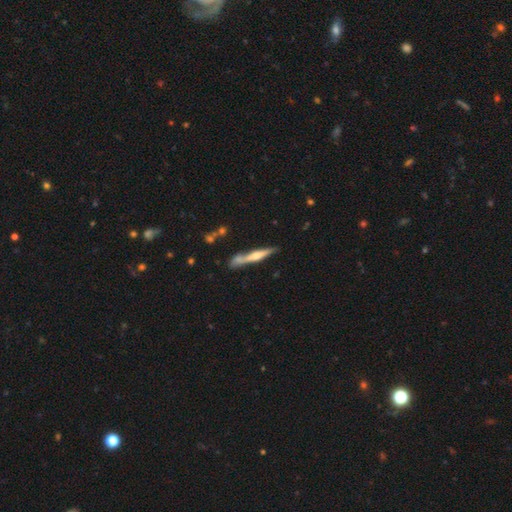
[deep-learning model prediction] Smooth or featured: featured or disk — 61% (smooth — 33%)
Edge-on disk: yes — 95% (no — 5%)
Edge-on bulge: rounded — 68% (boxy — 16%)
Merging: none — 71% (minor disturbance — 16%)